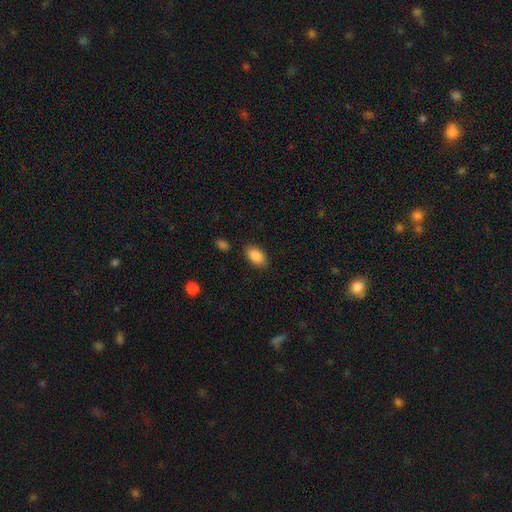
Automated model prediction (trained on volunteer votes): smooth-or-featured: smooth: 87% | star or artifact: 7% | featured or disk: 6%
  how-rounded: in between: 93% | round: 5% | cigar-shaped: 2%
  merging: none: 87% | minor disturbance: 9% | major disturbance: 2% | merger: 2%